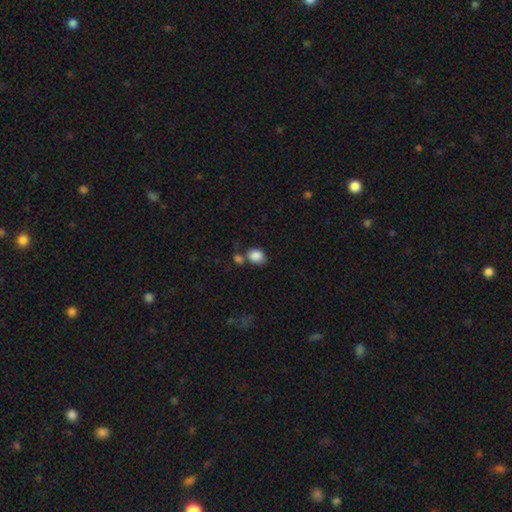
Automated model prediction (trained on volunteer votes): smooth 87%, star or artifact 8%, featured or disk 5%. Down the decision tree: how rounded — round (51%); merging — none (54%).